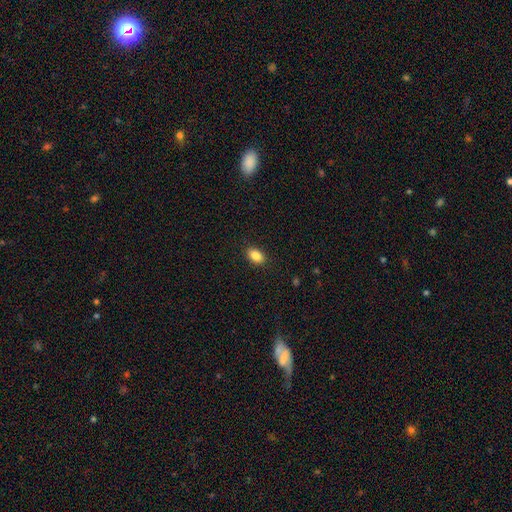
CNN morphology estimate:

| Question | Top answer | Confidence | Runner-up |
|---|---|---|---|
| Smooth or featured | smooth | 87% | star or artifact (9%) |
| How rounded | in between | 87% | round (11%) |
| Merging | none | 89% | minor disturbance (8%) |